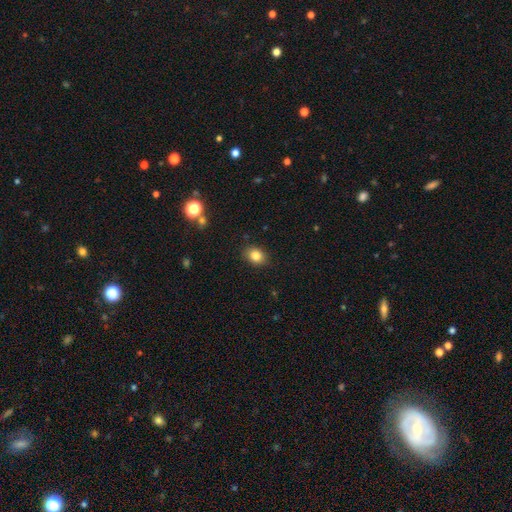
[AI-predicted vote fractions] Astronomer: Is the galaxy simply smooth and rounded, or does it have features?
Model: smooth — 83%.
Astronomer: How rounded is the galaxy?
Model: in between — 52% (runner-up: round, 47%).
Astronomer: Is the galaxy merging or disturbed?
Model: none — 86%.